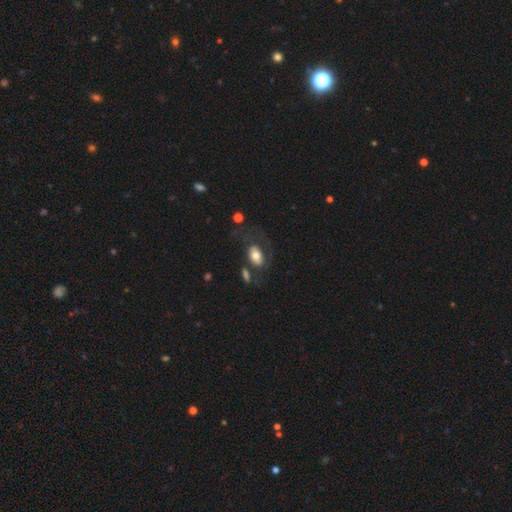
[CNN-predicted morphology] Smooth or featured: smooth — 67% (featured or disk — 26%)
How rounded: in between — 88% (round — 10%)
Merging: none — 45% (major disturbance — 26%)